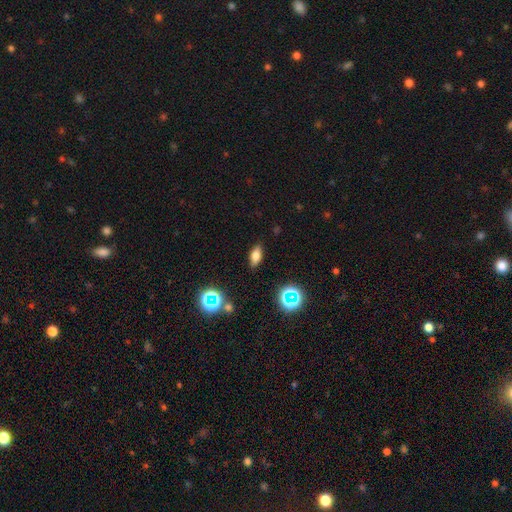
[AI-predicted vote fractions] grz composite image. It shows a smooth galaxy with no disk features (71%) that is in between round and cigar-shaped (80%). Merging: none (86%).